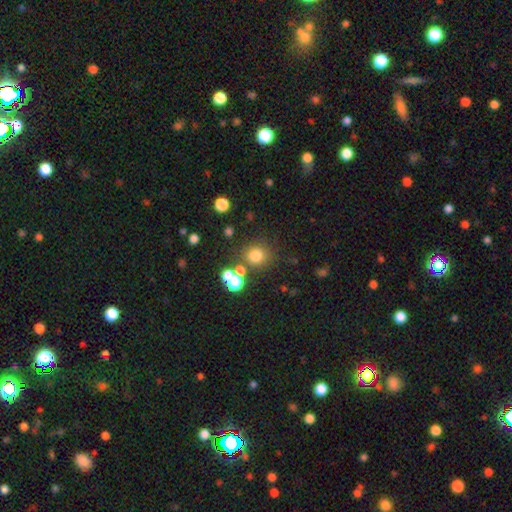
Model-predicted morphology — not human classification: This is likely a smooth galaxy (74%). How rounded: clearly round (89%). Merging: likely none (73%).